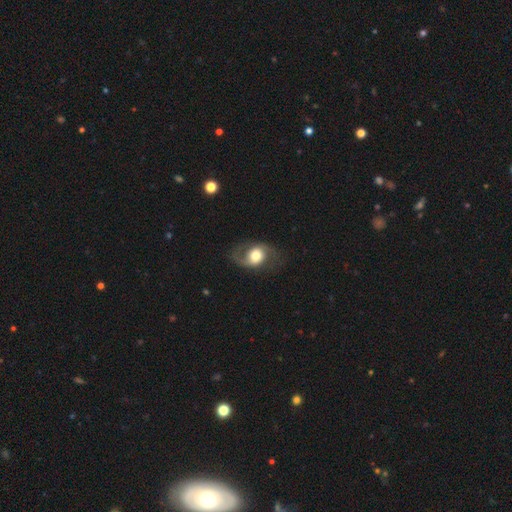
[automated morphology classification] type=featured or disk (69%); edge-on=no (96%); bar=no (61%); spiral arms=yes (85%); winding=loose (51%); arm count=2 (90%); bulge=moderate (46%); merging=none (70%).